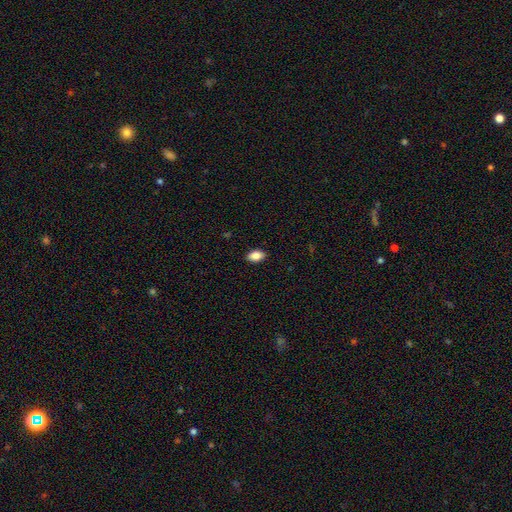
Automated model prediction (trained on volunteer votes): Q: Smooth or featured?
A: smooth (86%); runner-up: star or artifact (8%)
Q: How rounded?
A: in between (88%); runner-up: round (10%)
Q: Merging?
A: none (89%); runner-up: minor disturbance (8%)